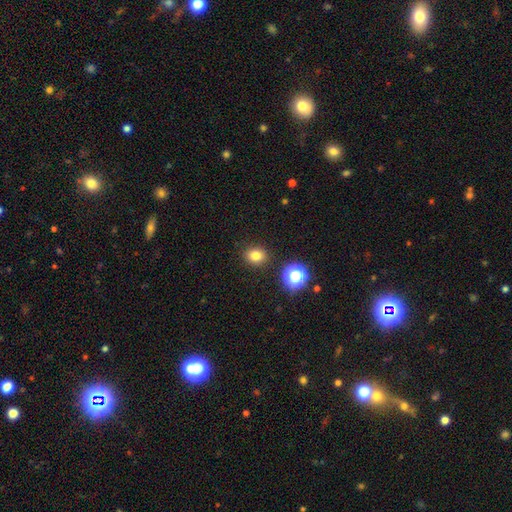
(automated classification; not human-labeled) Smooth or featured?
  - smooth: 79% *
  - star or artifact: 15%
  - featured or disk: 6%
How rounded?
  - round: 64% *
  - in between: 35%
  - cigar-shaped: 1%
Merging?
  - none: 88% *
  - minor disturbance: 7%
  - major disturbance: 2%
  - merger: 2%